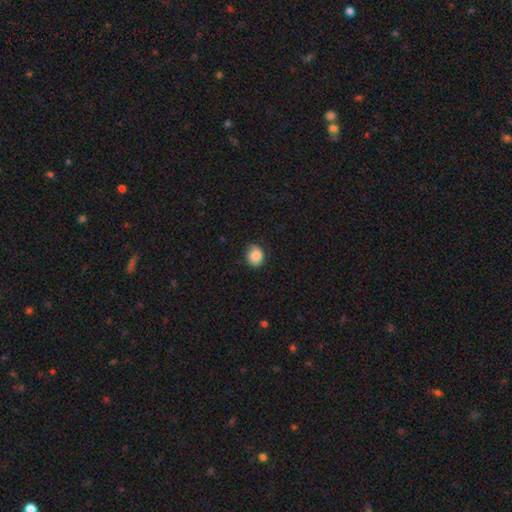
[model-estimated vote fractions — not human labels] The model was most divided on "how rounded": round: 60%, in between: 39%, cigar-shaped: 1%. More confident: smooth or featured — smooth (85%); merging — none (72%).